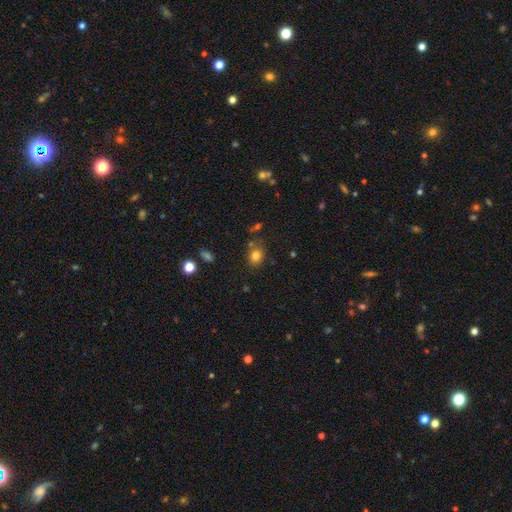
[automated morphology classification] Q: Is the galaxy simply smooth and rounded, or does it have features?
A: smooth — 78%.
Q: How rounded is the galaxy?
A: round — 50%.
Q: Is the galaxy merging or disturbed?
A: none — 71%.